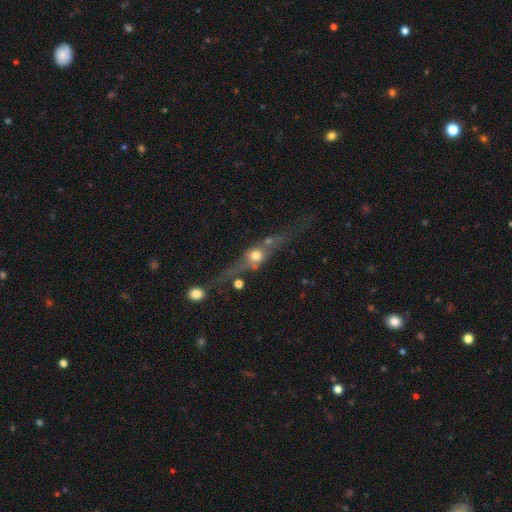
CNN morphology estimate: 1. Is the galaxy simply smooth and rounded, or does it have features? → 67% featured or disk, 23% smooth, 10% star or artifact.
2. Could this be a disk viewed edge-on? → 80% yes, 20% no.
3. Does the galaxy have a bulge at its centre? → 95% rounded, 3% boxy, 2% none.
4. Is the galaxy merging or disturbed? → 61% none, 16% minor disturbance, 12% merger, 11% major disturbance.